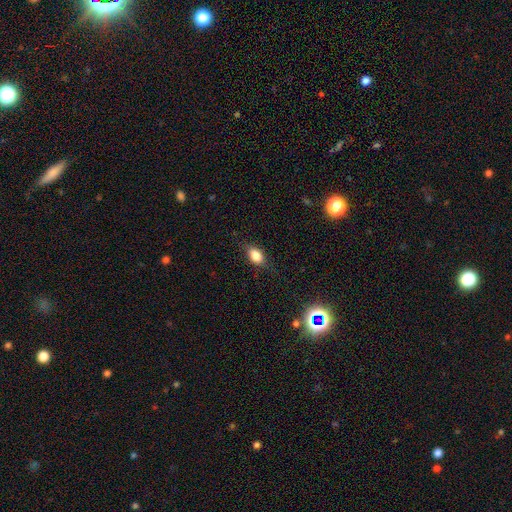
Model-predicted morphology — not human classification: A smooth galaxy with no disk features (82%) that is in between round and cigar-shaped (80%). Merging: none (78%).